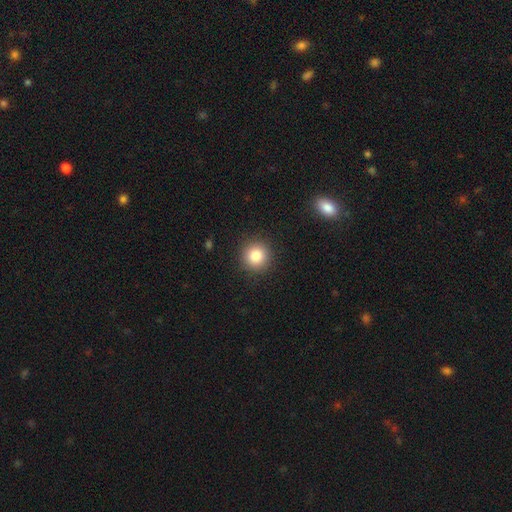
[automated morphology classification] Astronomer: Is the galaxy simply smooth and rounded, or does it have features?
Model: smooth — 85%.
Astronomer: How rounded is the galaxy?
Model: round — 93%.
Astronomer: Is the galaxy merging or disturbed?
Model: none — 91%.